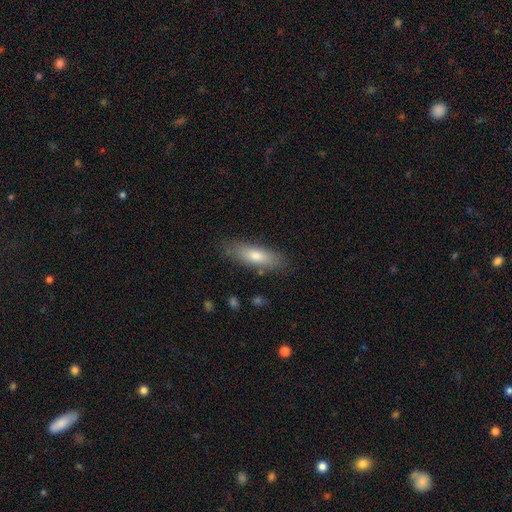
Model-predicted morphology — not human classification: Smooth or featured?
  - smooth: 73% *
  - featured or disk: 20%
  - star or artifact: 7%
How rounded?
  - in between: 55% *
  - cigar-shaped: 42%
  - round: 2%
Merging?
  - none: 81% *
  - minor disturbance: 14%
  - major disturbance: 3%
  - merger: 2%